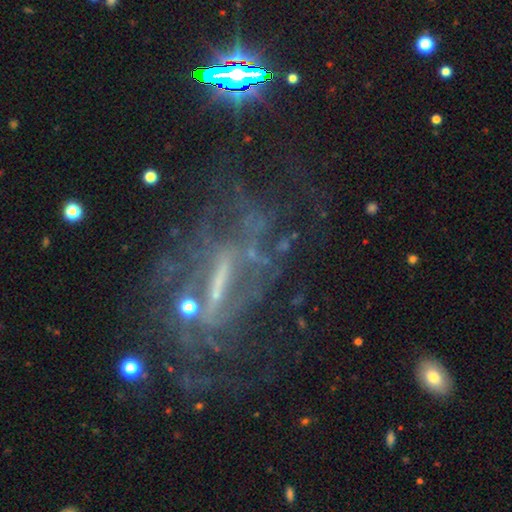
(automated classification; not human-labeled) Smooth or featured? Predicted: featured or disk (p=0.73). Edge-on disk? Predicted: no (p=0.88). Bar? Predicted: strong (p=0.59). Spiral arms? Predicted: yes (p=0.67). Bulge size? Predicted: small (p=0.50). Merging? Predicted: none (p=0.50).